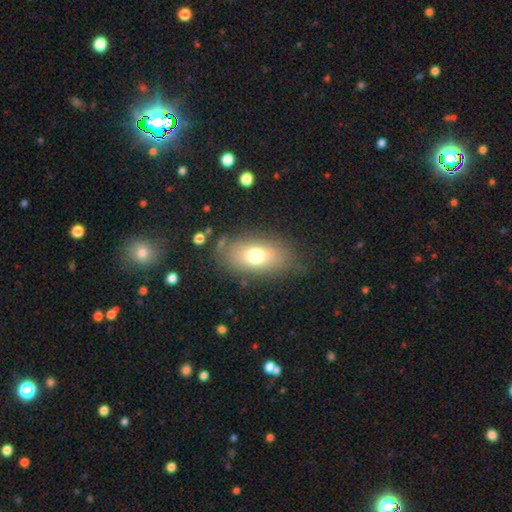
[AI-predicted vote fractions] Q: Smooth or featured?
A: smooth (71%); runner-up: featured or disk (19%)
Q: How rounded?
A: in between (85%); runner-up: round (11%)
Q: Merging?
A: none (75%); runner-up: minor disturbance (15%)